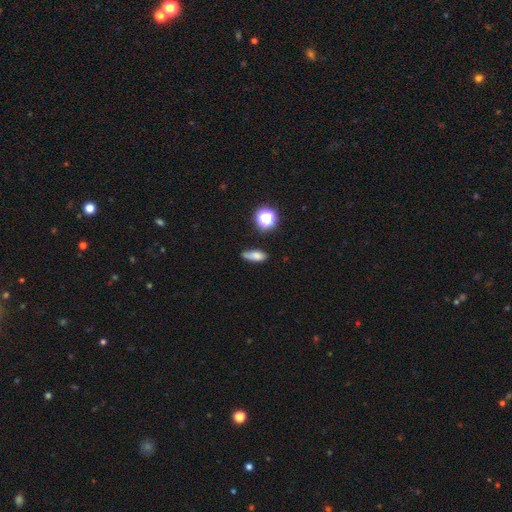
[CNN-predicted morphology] smooth_or_featured: smooth (p=0.75) [alt: star or artifact p=0.13]
how_rounded: in between (p=0.67) [alt: cigar-shaped p=0.24]
merging: none (p=0.58) [alt: minor disturbance p=0.29]